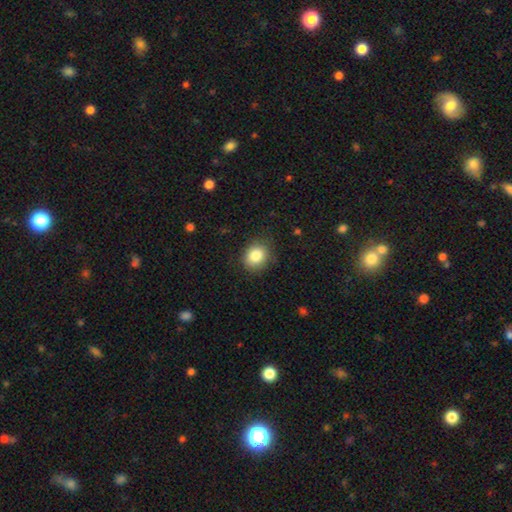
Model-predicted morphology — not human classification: Smooth or featured? smooth (84%)
How rounded? round (60%)
Merging? none (83%)